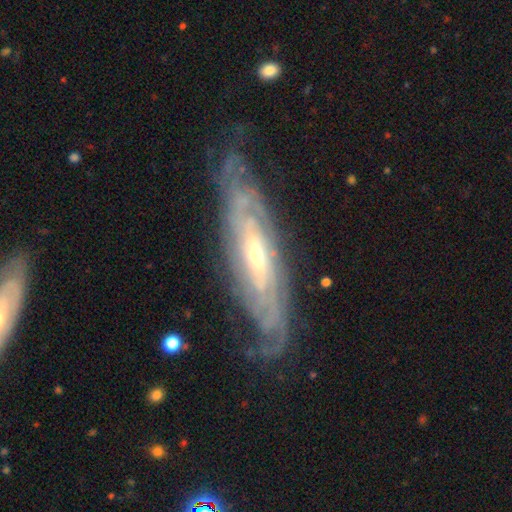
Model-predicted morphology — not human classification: smooth-or-featured: featured or disk: 85% | smooth: 9% | star or artifact: 5%
  disk-edge-on: no: 75% | yes: 25%
    bar: no: 53% | weak: 32% | strong: 15%
    has-spiral-arms: yes: 91% | no: 9%
      spiral-winding: tight: 73% | medium: 21% | loose: 6%
      spiral-arm-count: can't tell: 55% | 2: 15% | 3: 9% | 4: 8% | more than 4: 7% | 1: 5%
    bulge-size: small: 59% | moderate: 36% | large: 3% | none: 1% | dominant: 1%
  merging: none: 70% | minor disturbance: 19% | major disturbance: 8% | merger: 2%